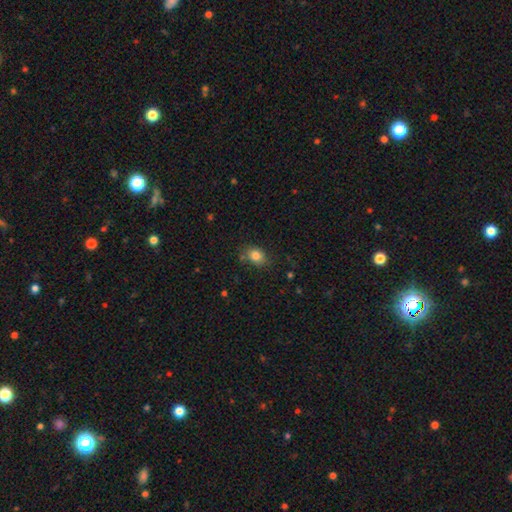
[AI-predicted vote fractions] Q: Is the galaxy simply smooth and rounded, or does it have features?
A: smooth — 82%.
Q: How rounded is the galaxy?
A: in between — 55%.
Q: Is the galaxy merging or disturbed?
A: none — 74%.